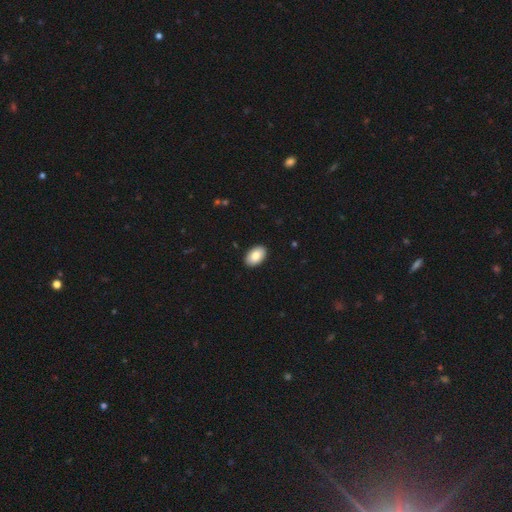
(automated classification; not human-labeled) This is clearly a smooth galaxy (85%). How rounded: clearly in between (94%). Merging: clearly none (91%).